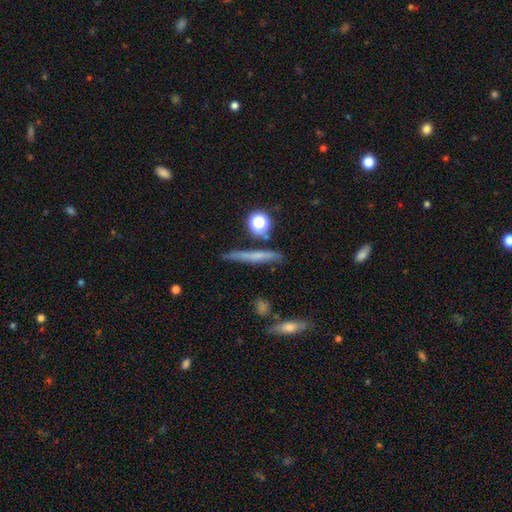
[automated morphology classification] Smooth or featured? smooth (49%)
Merging? none (79%)